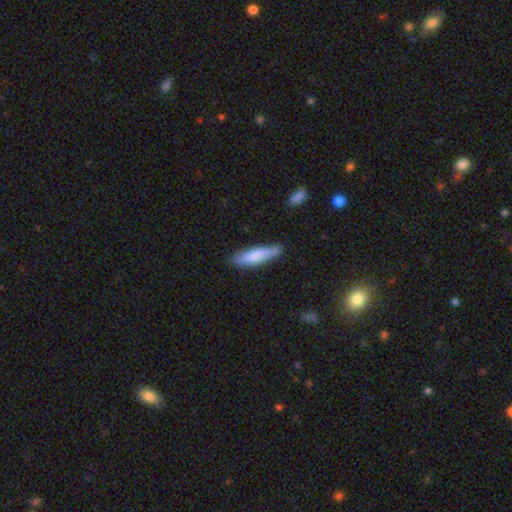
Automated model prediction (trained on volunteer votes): smooth_or_featured: smooth (p=0.77) [alt: featured or disk p=0.18]
how_rounded: cigar-shaped (p=0.71) [alt: in between p=0.27]
merging: none (p=0.77) [alt: minor disturbance p=0.18]